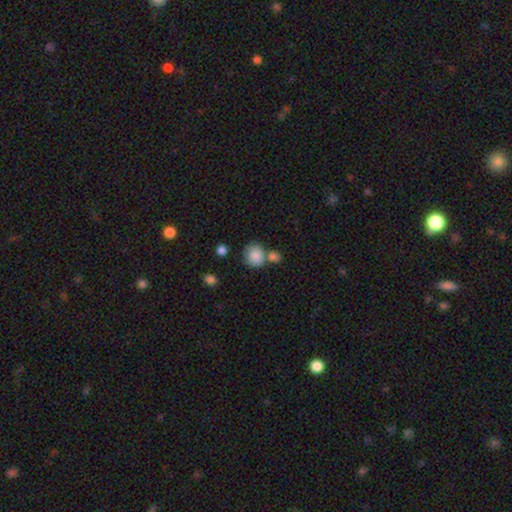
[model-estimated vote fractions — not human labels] smooth-or-featured: smooth: 86% | star or artifact: 8% | featured or disk: 7%
  how-rounded: round: 77% | in between: 22% | cigar-shaped: 1%
  merging: none: 52% | merger: 30% | minor disturbance: 13% | major disturbance: 5%